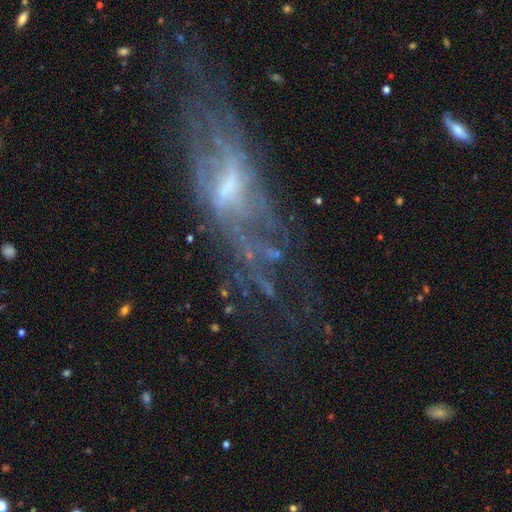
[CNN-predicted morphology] smooth_or_featured: featured or disk (p=0.72) [alt: smooth p=0.15]
disk_edge_on: no (p=0.82) [alt: yes p=0.18]
bar: weak (p=0.44) [alt: no p=0.34]
has_spiral_arms: yes (p=0.60) [alt: no p=0.40]
bulge_size: small (p=0.47) [alt: moderate p=0.29]
merging: none (p=0.47) [alt: major disturbance p=0.29]